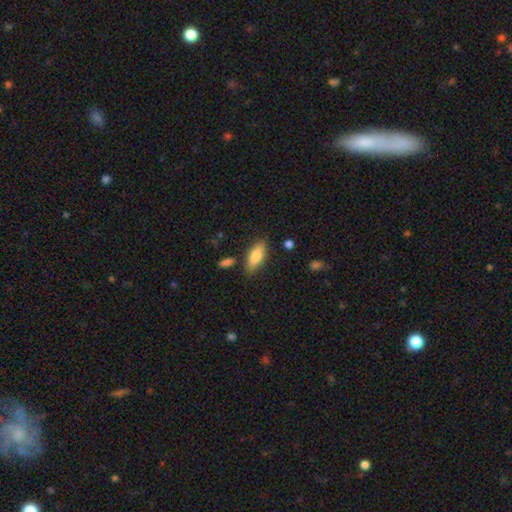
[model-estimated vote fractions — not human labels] Smooth or featured? Predicted: smooth (p=0.81). How rounded? Predicted: in between (p=0.80). Merging? Predicted: none (p=0.80).